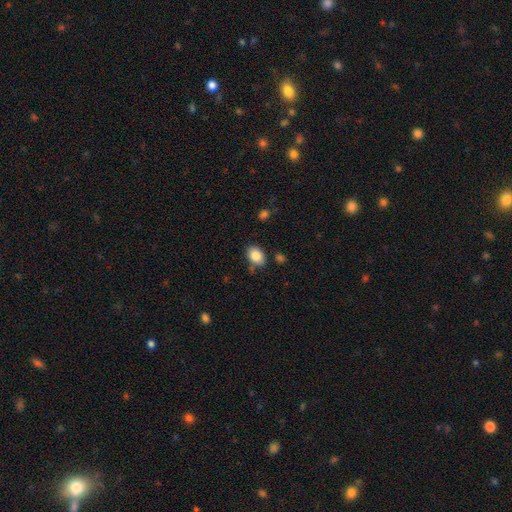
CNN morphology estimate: This is clearly a smooth galaxy (85%). How rounded: likely in between (74%). Merging: likely none (77%).